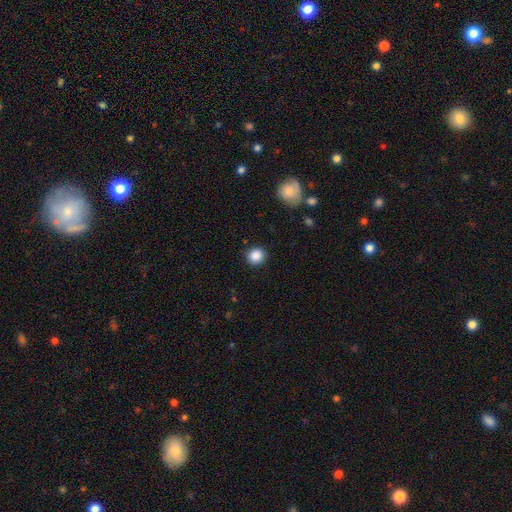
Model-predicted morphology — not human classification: Smooth or featured: smooth — 87% (star or artifact — 9%)
How rounded: round — 89% (in between — 10%)
Merging: none — 89% (minor disturbance — 7%)